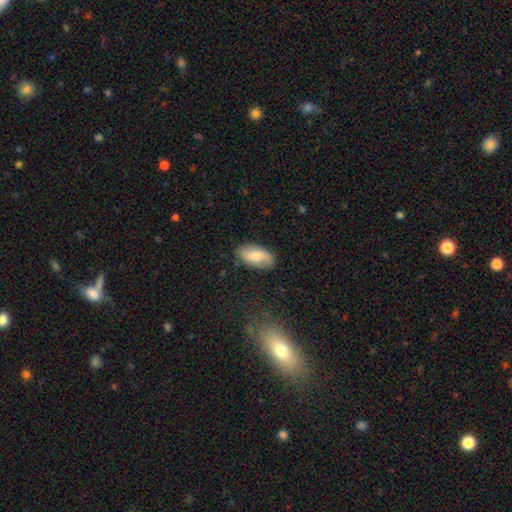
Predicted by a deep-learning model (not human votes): A smooth galaxy with no disk features (70%) that is in between round and cigar-shaped (92%).

Vote fractions:
- Smooth or featured? smooth: 70% / featured or disk: 24% / star or artifact: 6%
- How rounded? in between: 92% / cigar-shaped: 5% / round: 3%
- Merging? none: 85% / minor disturbance: 12% / major disturbance: 2% / merger: 1%